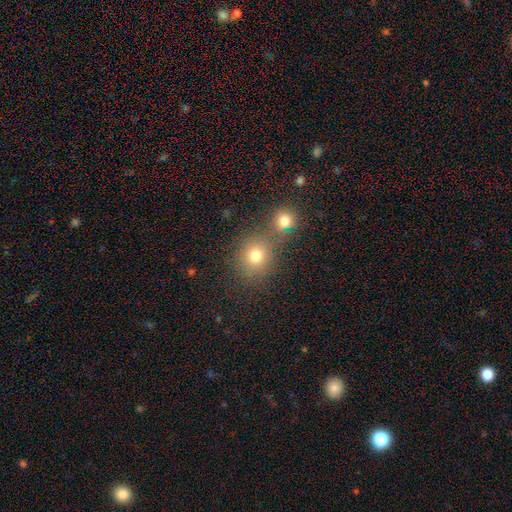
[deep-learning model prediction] A smooth galaxy with no disk features (76%) that is round (80%).

Vote fractions:
- Smooth or featured? smooth: 76% / star or artifact: 15% / featured or disk: 9%
- How rounded? round: 80% / in between: 19% / cigar-shaped: 1%
- Merging? none: 54% / merger: 35% / minor disturbance: 8% / major disturbance: 3%